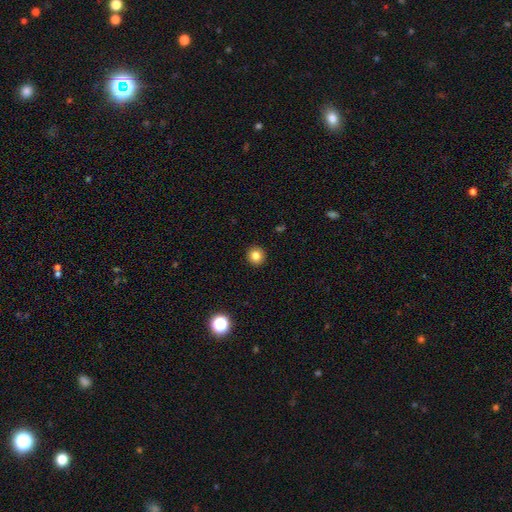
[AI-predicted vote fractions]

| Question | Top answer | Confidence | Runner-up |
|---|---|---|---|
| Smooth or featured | smooth | 82% | star or artifact (12%) |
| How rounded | round | 94% | in between (5%) |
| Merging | none | 93% | minor disturbance (4%) |